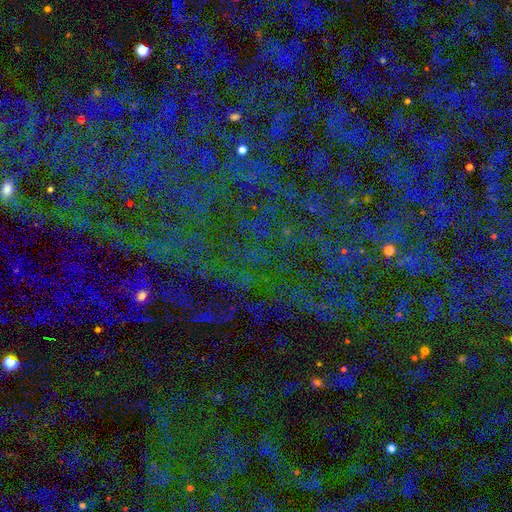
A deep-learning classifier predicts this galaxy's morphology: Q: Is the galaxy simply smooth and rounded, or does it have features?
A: star or artifact — 78%.